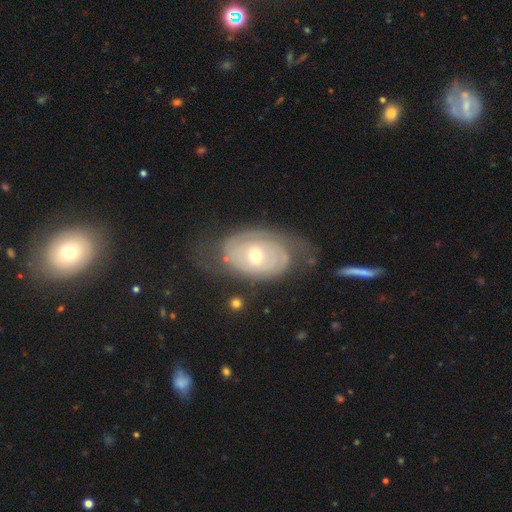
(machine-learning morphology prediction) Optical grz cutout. It shows a featured or disk galaxy (75%) with no bar (73%), 2 (42%) tight (67%) spiral arms (79%) and a moderate central bulge (59%). Merging: none (58%).